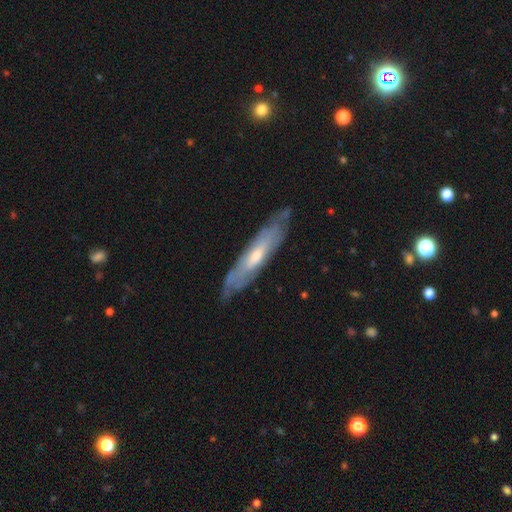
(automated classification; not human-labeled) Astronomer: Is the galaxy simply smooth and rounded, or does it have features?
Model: featured or disk — 66%.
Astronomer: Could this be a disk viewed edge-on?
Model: yes — 53% (runner-up: no, 47%).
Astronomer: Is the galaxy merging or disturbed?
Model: none — 78%.